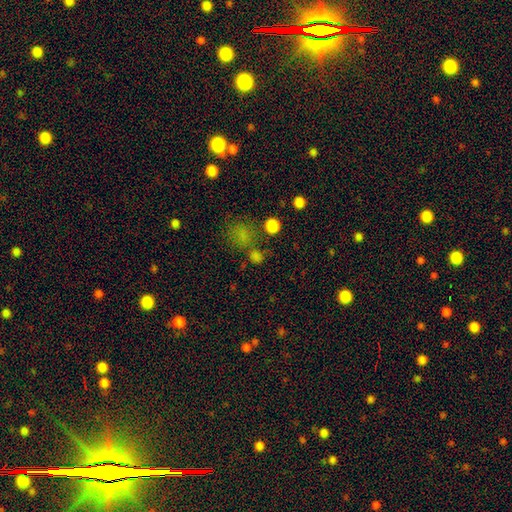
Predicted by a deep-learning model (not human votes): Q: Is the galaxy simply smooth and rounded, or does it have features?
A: smooth — 67%.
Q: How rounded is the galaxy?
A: round — 77%.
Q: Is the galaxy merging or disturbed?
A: none — 63%.